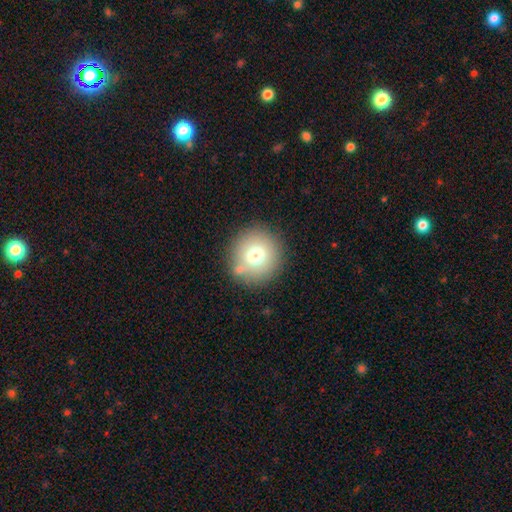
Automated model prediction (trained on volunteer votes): This appears to be a smooth galaxy with no disk features (72%) that is round (92%). Merging: none (81%).